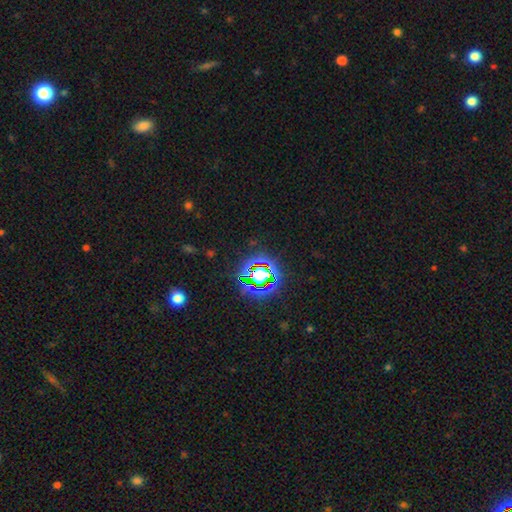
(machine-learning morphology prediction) Smooth or featured? star or artifact (76%)